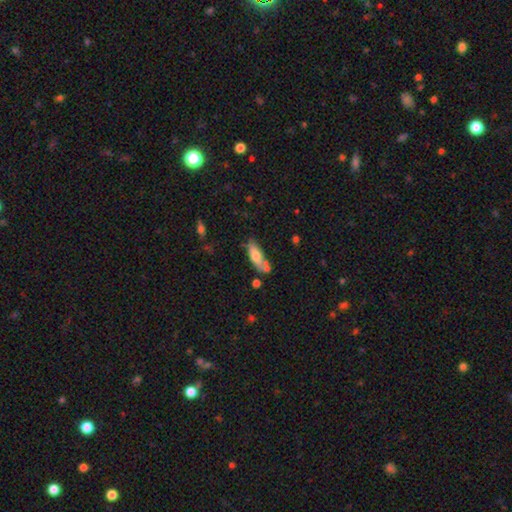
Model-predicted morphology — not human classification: Smooth or featured?
  - smooth: 67% *
  - featured or disk: 27%
  - star or artifact: 7%
How rounded?
  - in between: 59% *
  - cigar-shaped: 39%
  - round: 2%
Merging?
  - none: 55% *
  - minor disturbance: 23%
  - merger: 16%
  - major disturbance: 7%